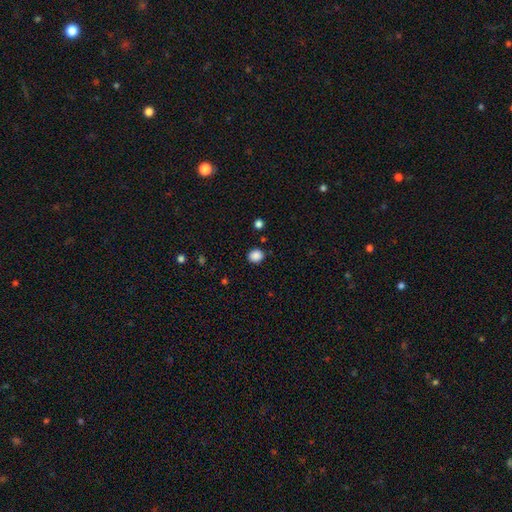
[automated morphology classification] smooth 87%, star or artifact 10%, featured or disk 3%. Down the decision tree: how rounded — round (77%); merging — none (86%).